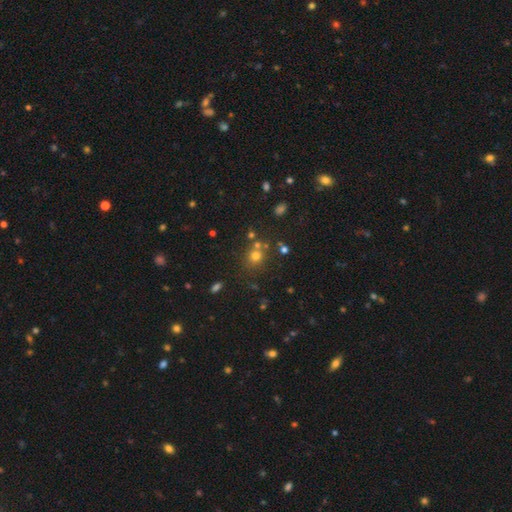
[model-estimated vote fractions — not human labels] Smooth or featured: smooth — 62% (star or artifact — 27%)
How rounded: round — 84% (in between — 15%)
Merging: none — 69% (merger — 17%)